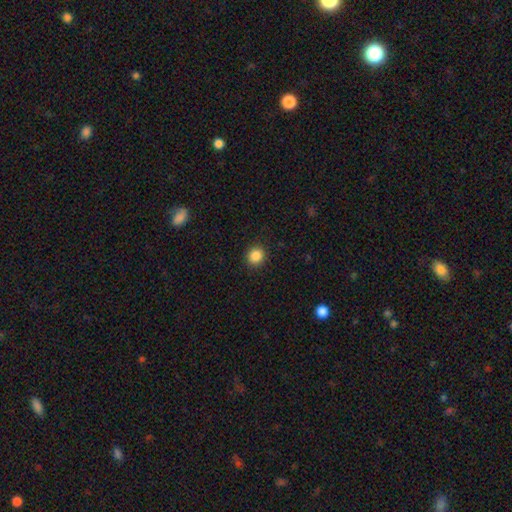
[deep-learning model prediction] Q: Smooth or featured?
A: smooth (87%); runner-up: star or artifact (10%)
Q: How rounded?
A: round (85%); runner-up: in between (14%)
Q: Merging?
A: none (90%); runner-up: minor disturbance (6%)